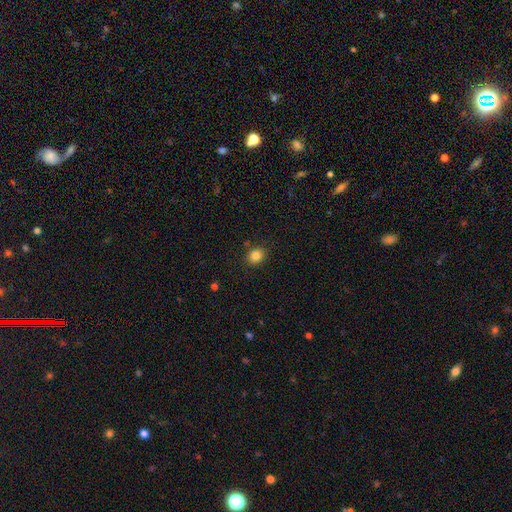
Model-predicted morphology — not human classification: Overall: smooth (83%). How rounded: round (62%; in between 37%). Merging: none (86%).